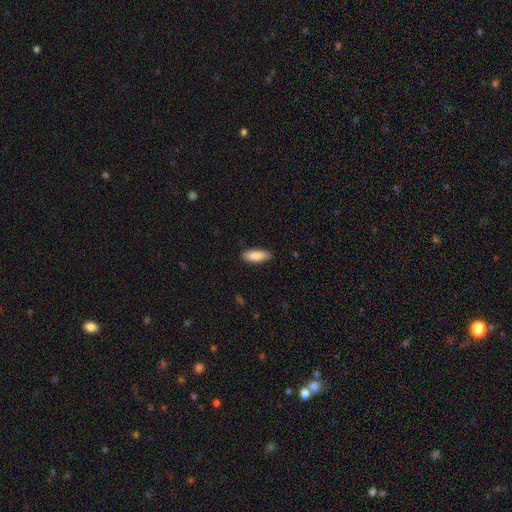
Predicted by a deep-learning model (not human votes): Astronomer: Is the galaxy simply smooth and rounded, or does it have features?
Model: smooth — 88%.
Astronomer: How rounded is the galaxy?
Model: in between — 73%.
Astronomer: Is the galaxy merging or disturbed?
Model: none — 86%.